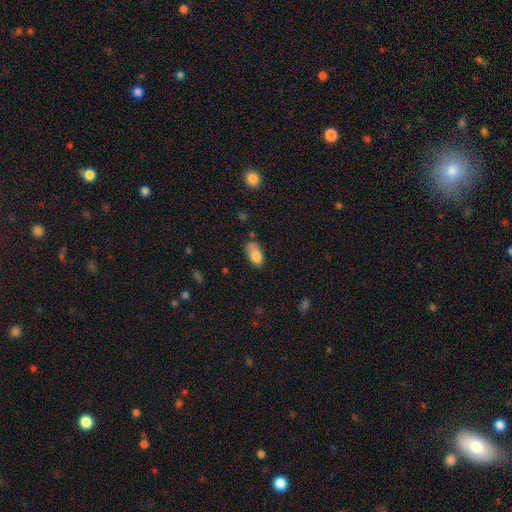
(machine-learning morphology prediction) smooth_or_featured: smooth (p=0.83) [alt: featured or disk p=0.09]
how_rounded: in between (p=0.91) [alt: cigar-shaped p=0.05]
merging: none (p=0.59) [alt: minor disturbance p=0.29]